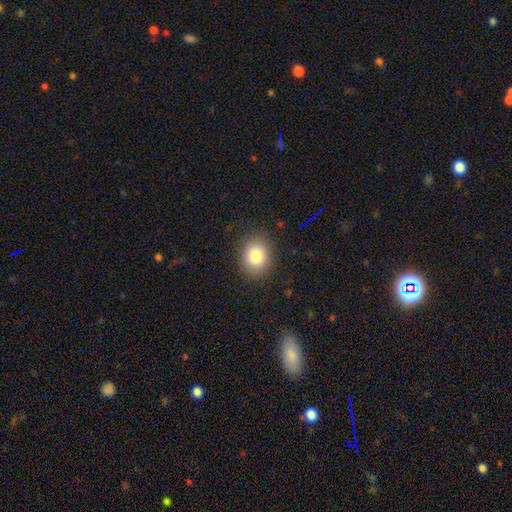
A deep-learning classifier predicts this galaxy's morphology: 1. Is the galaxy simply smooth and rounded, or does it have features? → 83% smooth, 10% star or artifact, 7% featured or disk.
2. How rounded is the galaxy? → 65% round, 35% in between, 1% cigar-shaped.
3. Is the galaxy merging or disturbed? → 87% none, 9% minor disturbance, 3% major disturbance, 1% merger.